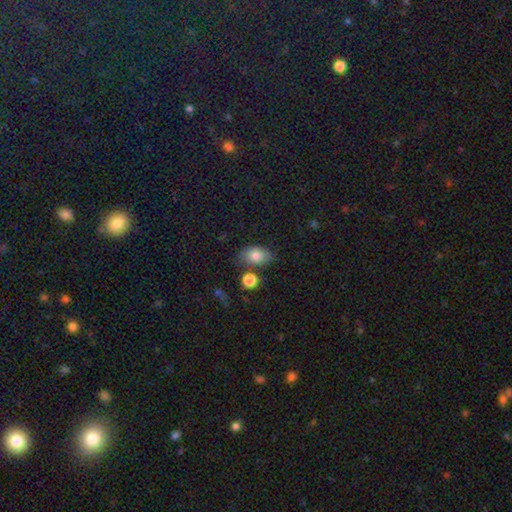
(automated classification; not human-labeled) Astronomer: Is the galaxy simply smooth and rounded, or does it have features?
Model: smooth — 81%.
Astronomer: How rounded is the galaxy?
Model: in between — 82%.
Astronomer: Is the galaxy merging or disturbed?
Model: none — 71%.